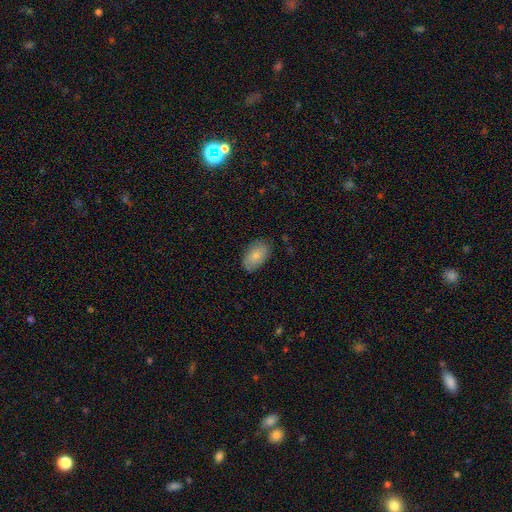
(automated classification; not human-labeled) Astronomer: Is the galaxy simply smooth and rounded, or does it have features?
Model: smooth — 81%.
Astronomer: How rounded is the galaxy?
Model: in between — 94%.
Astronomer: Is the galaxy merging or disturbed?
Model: none — 82%.